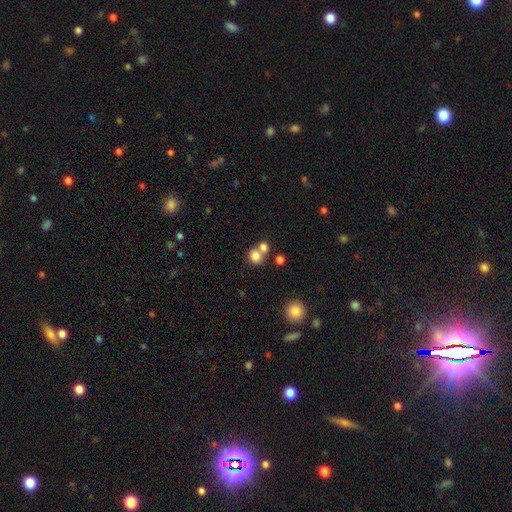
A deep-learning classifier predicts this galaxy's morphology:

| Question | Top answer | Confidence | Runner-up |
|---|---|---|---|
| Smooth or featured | smooth | 79% | star or artifact (12%) |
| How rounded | round | 81% | in between (18%) |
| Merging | merger | 46% | none (44%) |